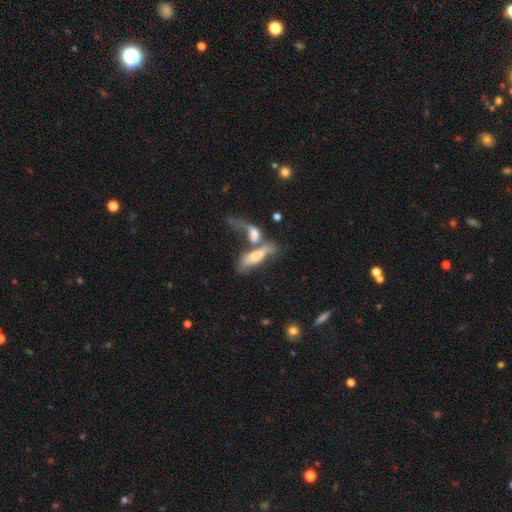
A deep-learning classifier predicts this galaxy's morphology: smooth-or-featured: smooth: 46% | featured or disk: 44% | star or artifact: 10%
  merging: merger: 64% | none: 16% | major disturbance: 13% | minor disturbance: 8%